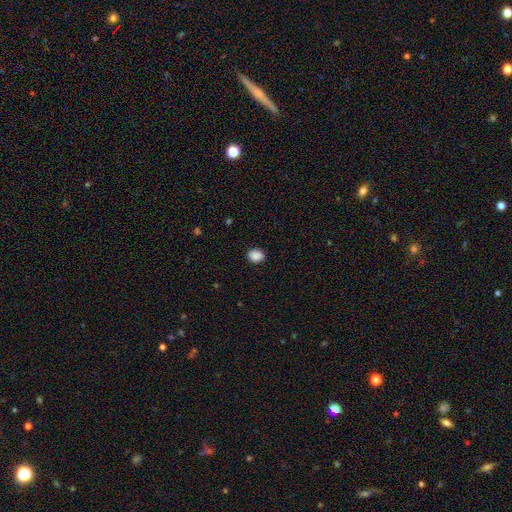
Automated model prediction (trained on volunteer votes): Q: Smooth or featured?
A: smooth (89%); runner-up: star or artifact (8%)
Q: How rounded?
A: round (51%); runner-up: in between (48%)
Q: Merging?
A: none (88%); runner-up: minor disturbance (9%)